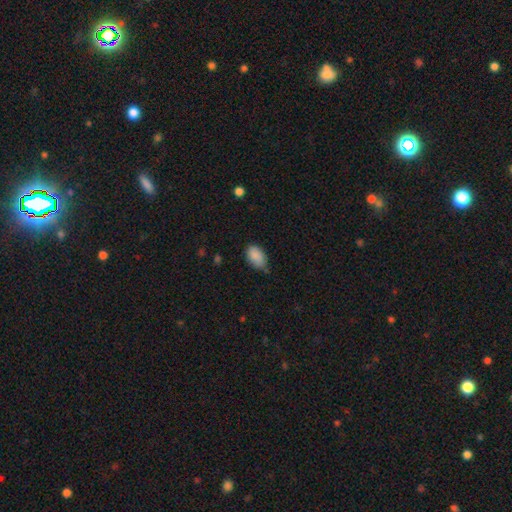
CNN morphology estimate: Smooth or featured? Predicted: smooth (p=0.88). How rounded? Predicted: in between (p=0.91). Merging? Predicted: none (p=0.60).